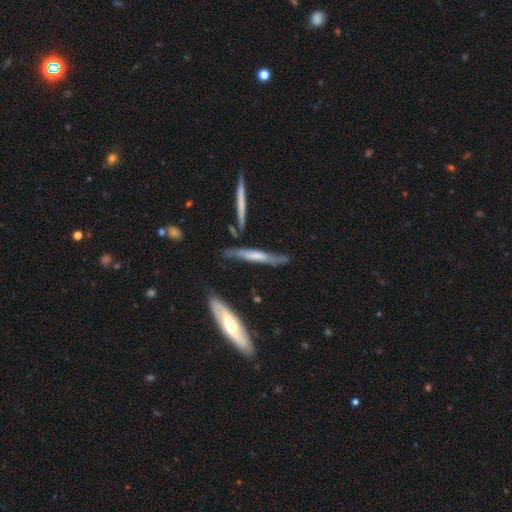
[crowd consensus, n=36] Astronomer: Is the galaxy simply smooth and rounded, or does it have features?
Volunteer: featured or disk — 61% (runner-up: smooth, 39%).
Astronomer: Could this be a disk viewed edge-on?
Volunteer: yes — 77%.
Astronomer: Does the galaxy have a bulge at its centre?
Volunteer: boxy — 41% (runner-up: none, 35%).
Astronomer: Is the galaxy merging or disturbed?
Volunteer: none — 78%.